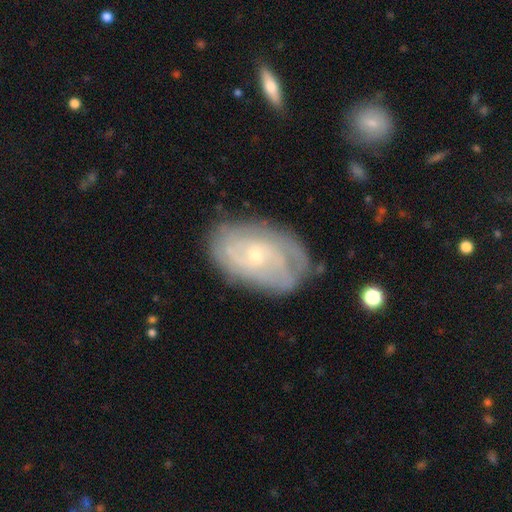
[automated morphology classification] A featured or disk galaxy (75%) with no bar (73%), tight (61%) spiral arms (85%) and a small central bulge (72%).

Vote fractions:
- Smooth or featured? featured or disk: 75% / smooth: 18% / star or artifact: 6%
- Edge-on disk? no: 95% / yes: 5%
- Bar? no: 73% / weak: 23% / strong: 4%
- Spiral arms? yes: 85% / no: 15%
- Spiral winding? tight: 61% / medium: 29% / loose: 10%
- Spiral arm count? can't tell: 49% / 2: 25% / 3: 11% / 4: 6% / 1: 5% / more than 4: 4%
- Bulge size? small: 72% / moderate: 25% / large: 1% / none: 1% / dominant: 1%
- Merging? none: 69% / minor disturbance: 21% / major disturbance: 8% / merger: 2%